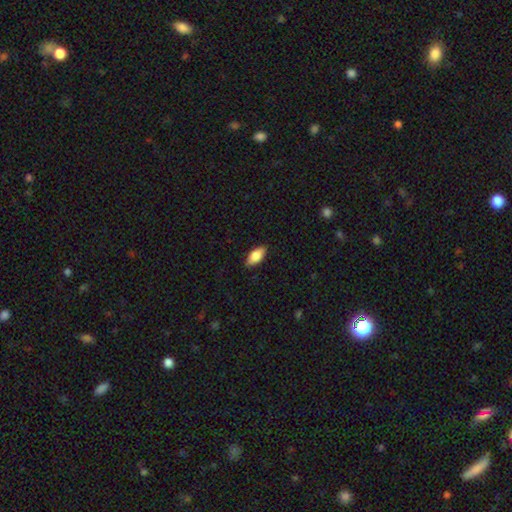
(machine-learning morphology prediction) Smooth or featured?
  - smooth: 81% *
  - featured or disk: 12%
  - star or artifact: 6%
How rounded?
  - in between: 88% *
  - cigar-shaped: 9%
  - round: 3%
Merging?
  - none: 87% *
  - minor disturbance: 10%
  - major disturbance: 2%
  - merger: 1%